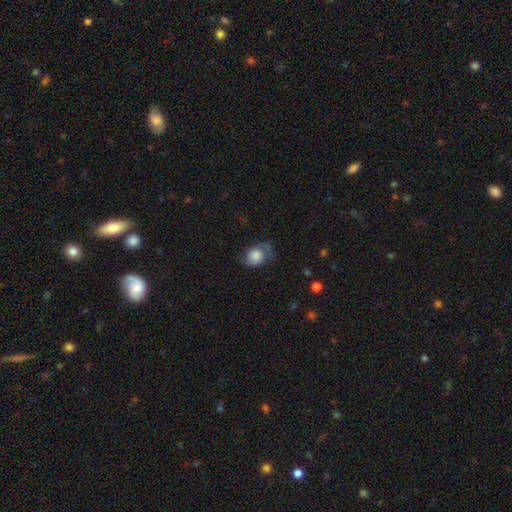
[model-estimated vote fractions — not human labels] Smooth or featured? Predicted: smooth (p=0.60). How rounded? Predicted: round (p=0.53). Merging? Predicted: none (p=0.46).